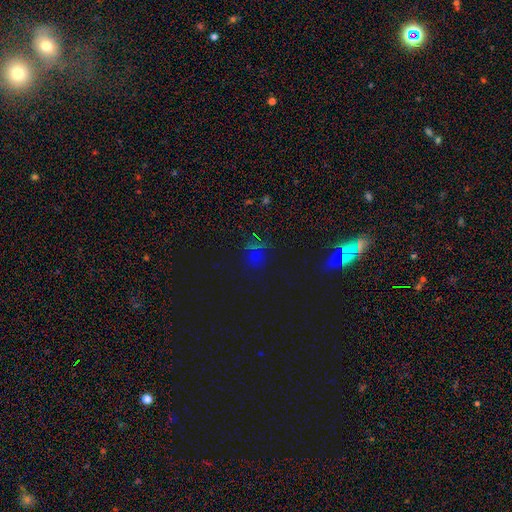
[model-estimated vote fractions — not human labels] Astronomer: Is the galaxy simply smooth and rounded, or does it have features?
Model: star or artifact — 63%.